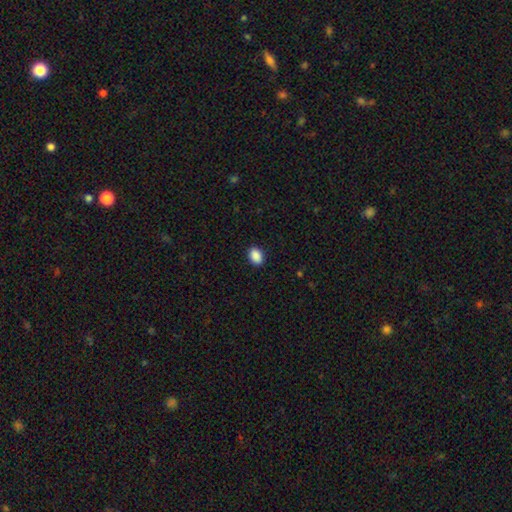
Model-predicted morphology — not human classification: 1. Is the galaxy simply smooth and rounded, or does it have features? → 90% smooth, 8% star or artifact, 2% featured or disk.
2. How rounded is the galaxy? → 79% in between, 19% round, 1% cigar-shaped.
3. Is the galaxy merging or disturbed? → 90% none, 7% minor disturbance, 2% major disturbance, 1% merger.